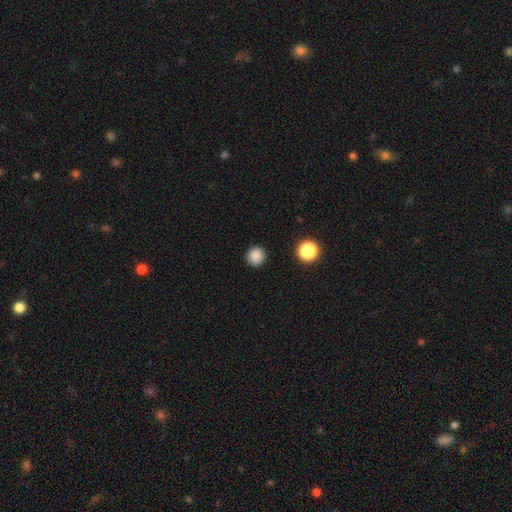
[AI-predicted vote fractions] Smooth or featured? Predicted: smooth (p=0.86). How rounded? Predicted: round (p=0.91). Merging? Predicted: none (p=0.91).